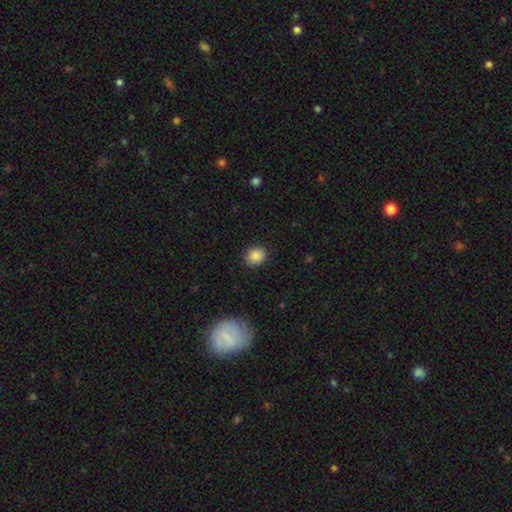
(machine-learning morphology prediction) type=smooth (87%); roundness=round (68%); merging=none (88%).